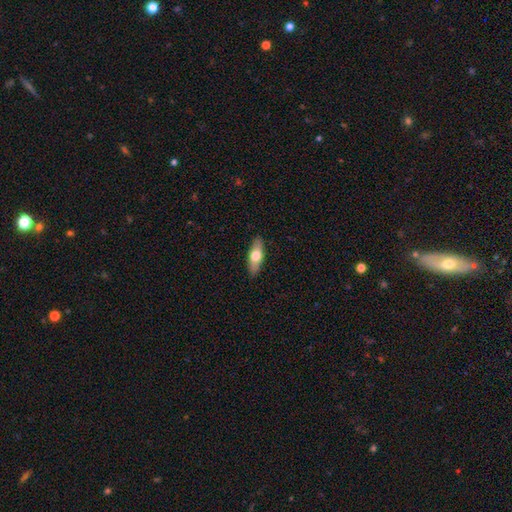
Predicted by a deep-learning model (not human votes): Smooth or featured?
  - smooth: 62% *
  - featured or disk: 33%
  - star or artifact: 6%
How rounded?
  - in between: 62% *
  - cigar-shaped: 35%
  - round: 3%
Merging?
  - none: 89% *
  - minor disturbance: 8%
  - major disturbance: 2%
  - merger: 1%